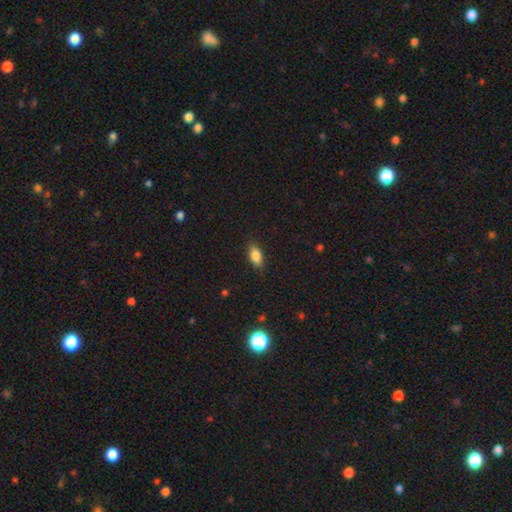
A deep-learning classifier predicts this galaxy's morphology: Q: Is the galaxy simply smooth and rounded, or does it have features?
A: smooth — 82%.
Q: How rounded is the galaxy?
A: in between — 86%.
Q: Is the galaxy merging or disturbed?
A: none — 84%.